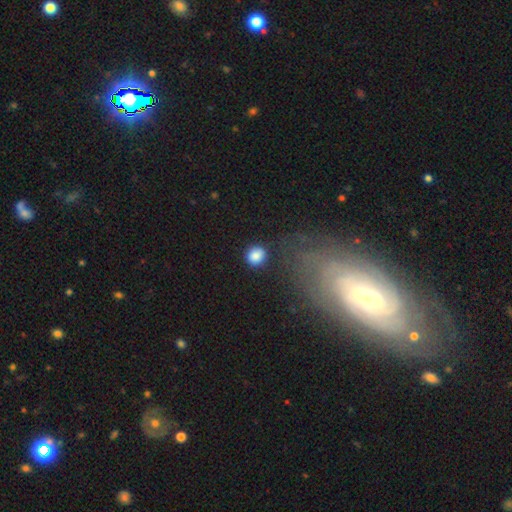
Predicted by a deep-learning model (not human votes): Morphology: type=smooth (86%); roundness=round (88%); merging=none (85%).